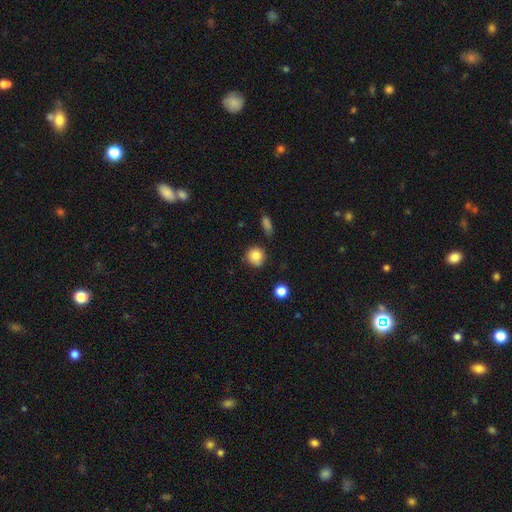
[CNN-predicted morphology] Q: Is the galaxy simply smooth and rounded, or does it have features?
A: smooth — 84%.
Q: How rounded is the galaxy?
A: round — 86%.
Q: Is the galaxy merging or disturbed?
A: none — 77%.